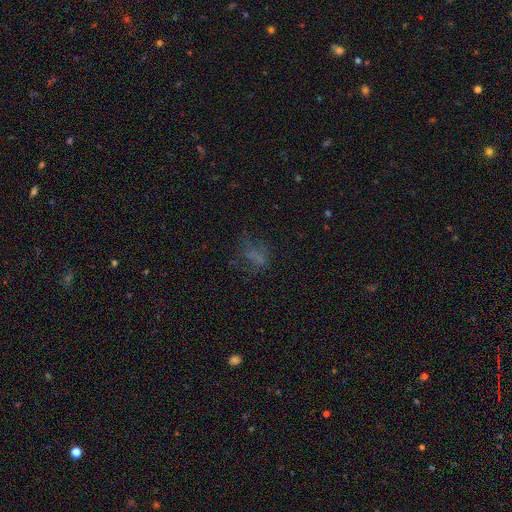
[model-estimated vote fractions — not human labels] smooth-or-featured: smooth: 47% | star or artifact: 29% | featured or disk: 24%
  merging: none: 52% | major disturbance: 27% | minor disturbance: 19% | merger: 3%